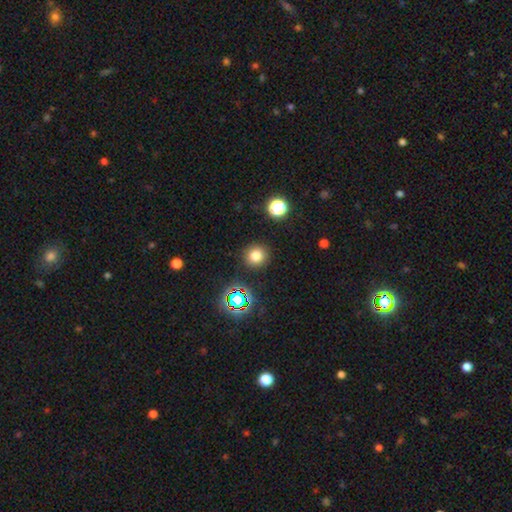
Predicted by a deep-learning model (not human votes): Smooth or featured? smooth (75%)
How rounded? round (93%)
Merging? none (89%)